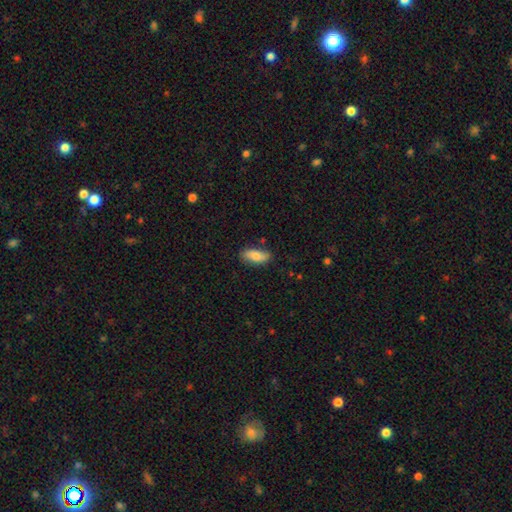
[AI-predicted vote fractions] Smooth or featured?
  - smooth: 81% *
  - featured or disk: 13%
  - star or artifact: 6%
How rounded?
  - in between: 82% *
  - cigar-shaped: 15%
  - round: 2%
Merging?
  - none: 77% *
  - minor disturbance: 17%
  - major disturbance: 3%
  - merger: 2%